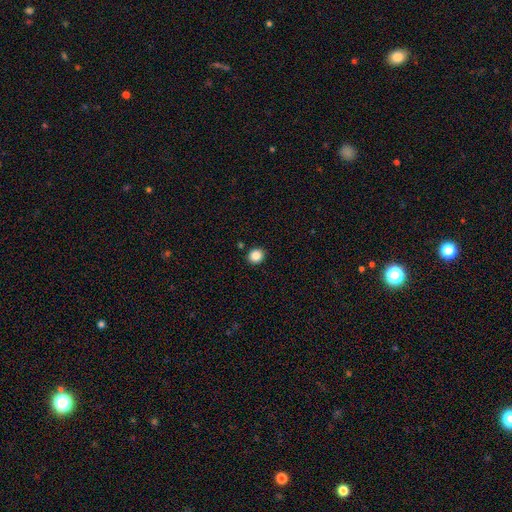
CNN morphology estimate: smooth 86%, star or artifact 10%, featured or disk 4%. Down the decision tree: how rounded — round (83%); merging — none (90%).